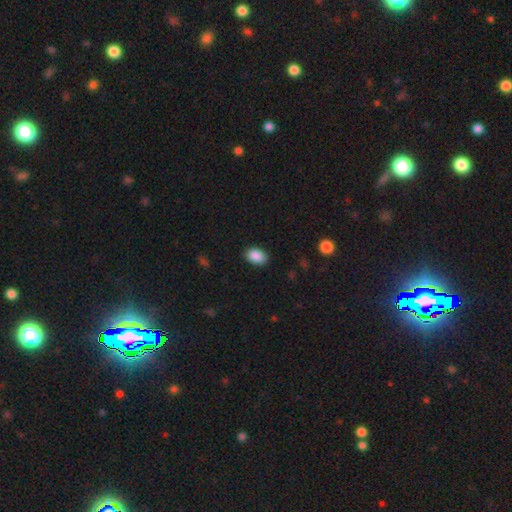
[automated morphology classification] type=smooth (89%); roundness=in between (85%); merging=none (87%).